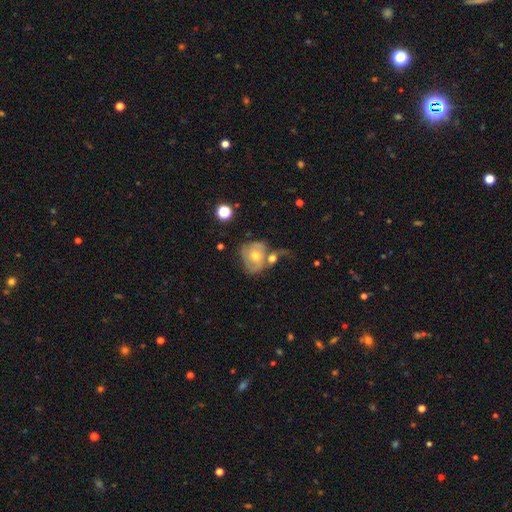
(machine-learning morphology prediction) Q: Smooth or featured?
A: featured or disk (51%); runner-up: smooth (40%)
Q: Edge-on disk?
A: no (96%); runner-up: yes (4%)
Q: Merging?
A: merger (37%); runner-up: none (30%)